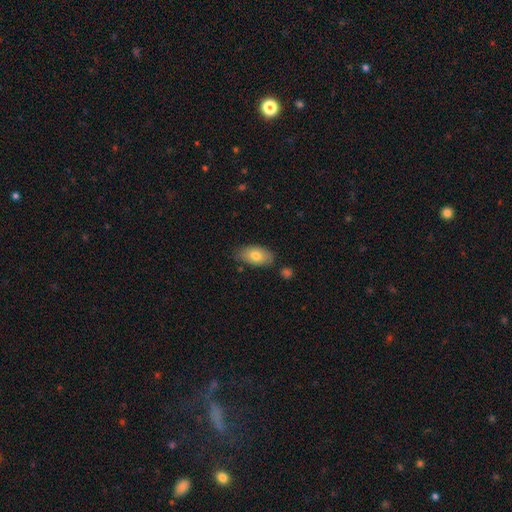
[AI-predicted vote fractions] smooth-or-featured: smooth: 75% | featured or disk: 18% | star or artifact: 7%
  how-rounded: in between: 92% | round: 5% | cigar-shaped: 2%
  merging: none: 74% | minor disturbance: 19% | merger: 4% | major disturbance: 3%